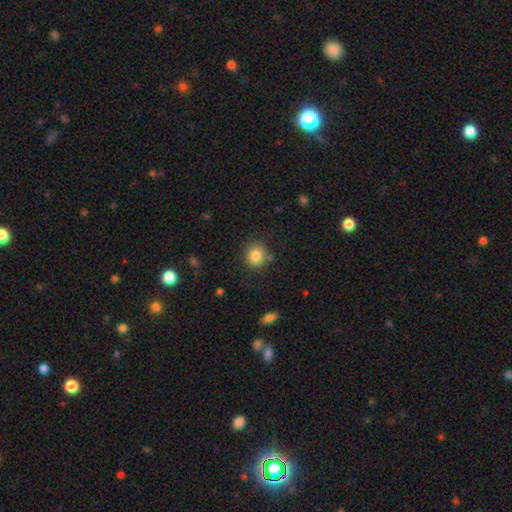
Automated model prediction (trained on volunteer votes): Overall: smooth (84%). How rounded: round (79%). Merging: none (80%).